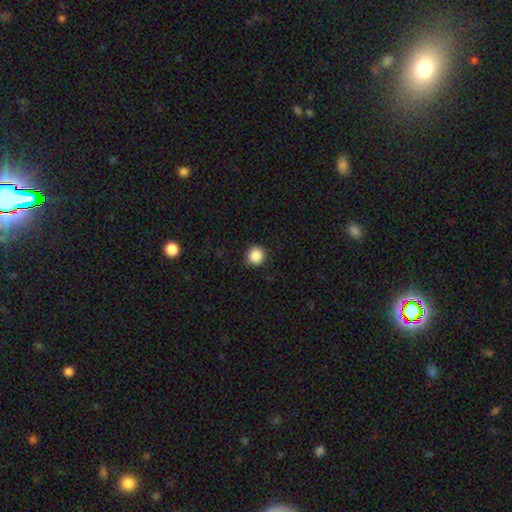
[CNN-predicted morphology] Smooth or featured?
  - smooth: 87% *
  - star or artifact: 10%
  - featured or disk: 3%
How rounded?
  - round: 94% *
  - in between: 5%
  - cigar-shaped: 1%
Merging?
  - none: 91% *
  - minor disturbance: 6%
  - major disturbance: 2%
  - merger: 1%